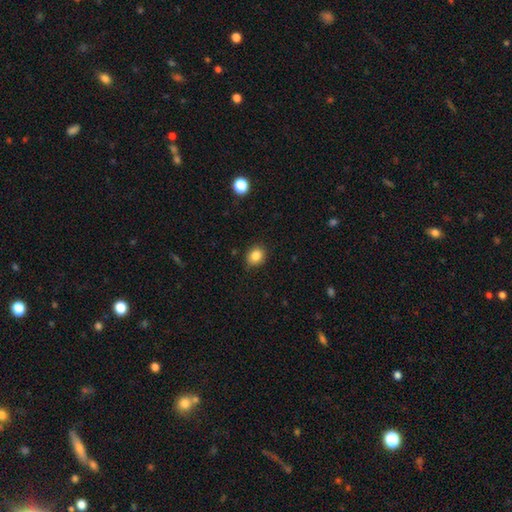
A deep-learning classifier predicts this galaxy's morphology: Smooth or featured? smooth (84%)
How rounded? round (65%)
Merging? none (84%)